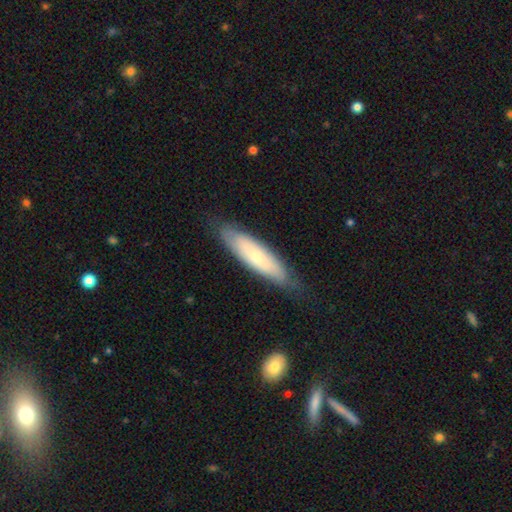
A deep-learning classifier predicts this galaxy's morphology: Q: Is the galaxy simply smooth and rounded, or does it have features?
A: smooth — 61%.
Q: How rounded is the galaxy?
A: cigar-shaped — 68%.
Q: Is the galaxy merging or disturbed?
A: none — 78%.